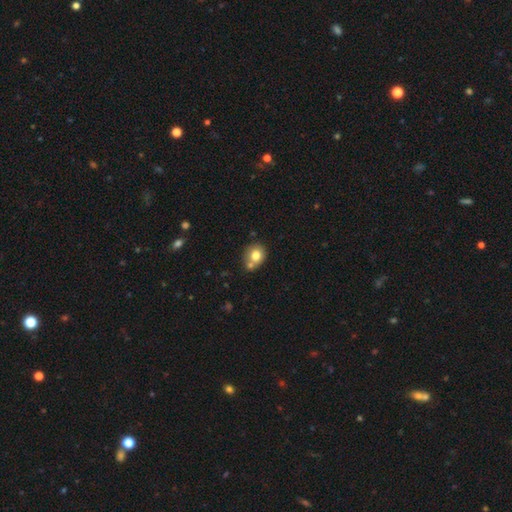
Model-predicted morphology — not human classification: This is likely a smooth galaxy (76%). How rounded: likely round (68%). Merging: possibly none (54%).